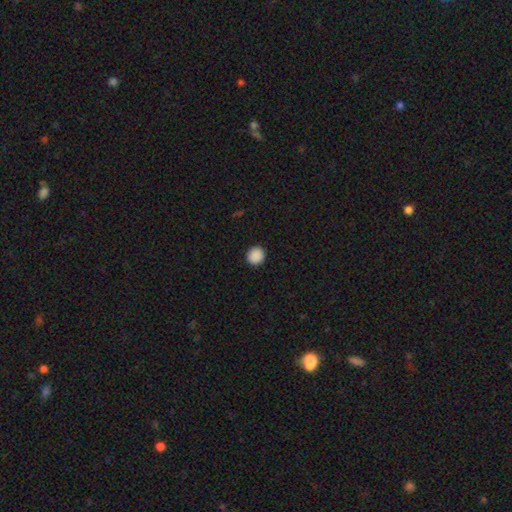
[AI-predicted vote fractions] The model was most divided on "smooth or featured": smooth: 89%, star or artifact: 9%, featured or disk: 2%. More confident: merging — none (93%); how rounded — round (92%).